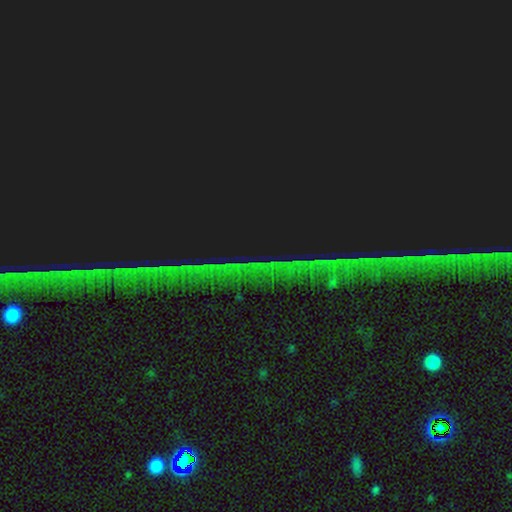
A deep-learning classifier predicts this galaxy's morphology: This appears to be a star or artifact, not a galaxy (87%).